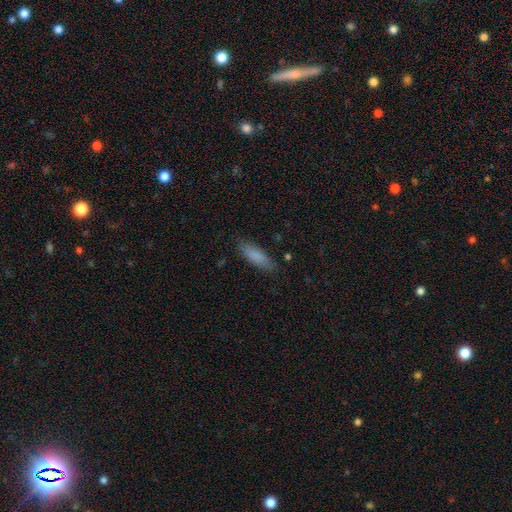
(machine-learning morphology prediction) type=smooth (84%); roundness=cigar-shaped (49%, tied with in between); merging=none (82%).